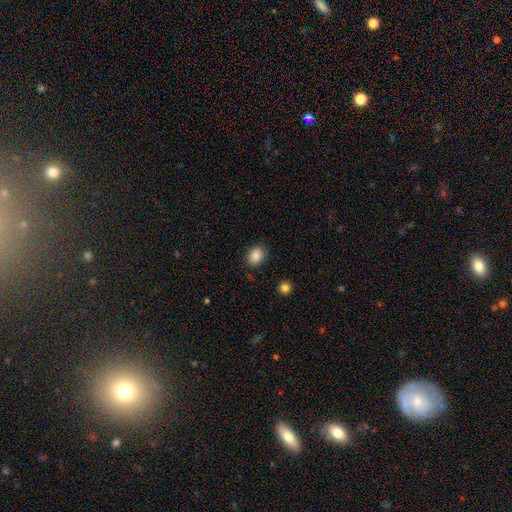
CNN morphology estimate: smooth 87%, star or artifact 9%, featured or disk 4%. Down the decision tree: how rounded — in between (53%); merging — none (86%).